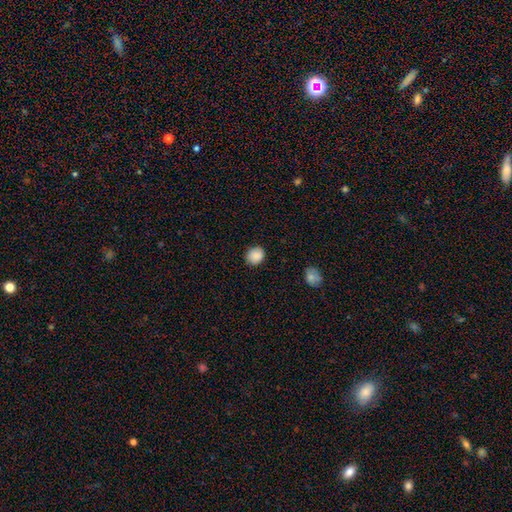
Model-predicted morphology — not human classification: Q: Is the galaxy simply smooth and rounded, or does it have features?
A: smooth — 88%.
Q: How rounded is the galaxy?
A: round — 79%.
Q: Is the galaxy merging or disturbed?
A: none — 87%.